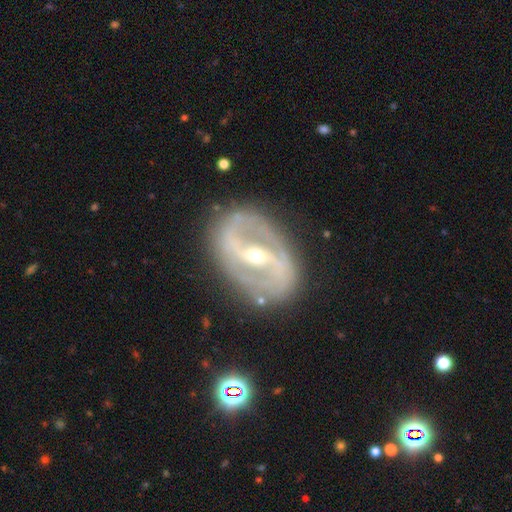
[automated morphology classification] Smooth or featured? Predicted: featured or disk (p=0.85). Edge-on disk? Predicted: no (p=0.95). Bar? Predicted: strong (p=0.60). Spiral arms? Predicted: yes (p=0.76). Spiral winding? Predicted: medium (p=0.44). Spiral arm count? Predicted: 2 (p=0.83). Bulge size? Predicted: moderate (p=0.49). Merging? Predicted: none (p=0.81).